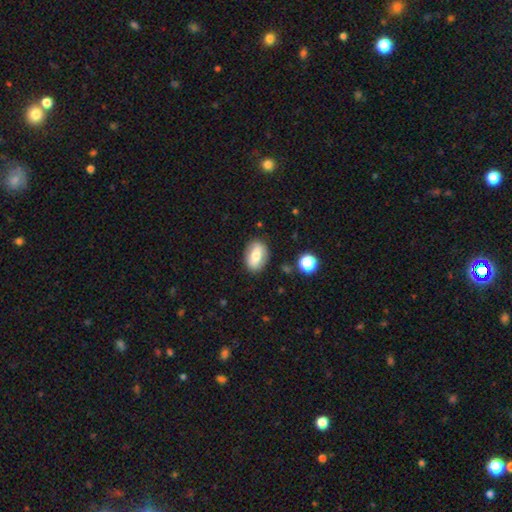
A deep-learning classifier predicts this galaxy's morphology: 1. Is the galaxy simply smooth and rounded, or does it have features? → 65% smooth, 27% featured or disk, 8% star or artifact.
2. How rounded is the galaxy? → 85% in between, 12% round, 3% cigar-shaped.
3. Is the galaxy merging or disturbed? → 83% none, 12% minor disturbance, 3% major disturbance, 2% merger.